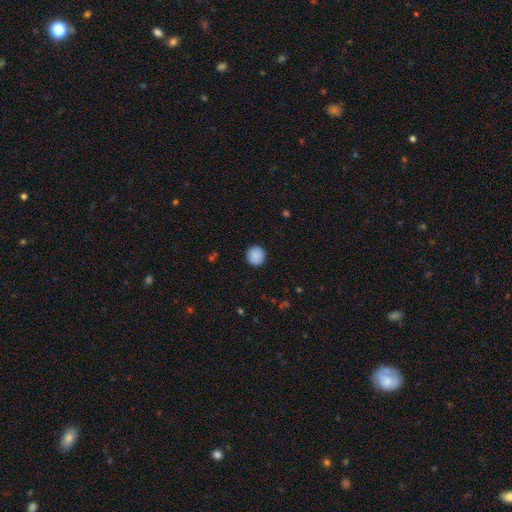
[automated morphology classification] A smooth galaxy with no disk features (89%) that is round (93%).

Vote fractions:
- Smooth or featured? smooth: 89% / star or artifact: 8% / featured or disk: 3%
- How rounded? round: 93% / in between: 6% / cigar-shaped: 1%
- Merging? none: 91% / minor disturbance: 6% / major disturbance: 2% / merger: 1%